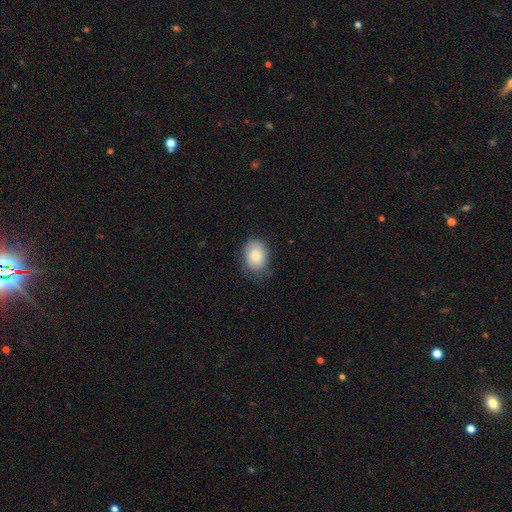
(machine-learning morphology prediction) The model was most divided on "how rounded": in between: 68%, round: 31%, cigar-shaped: 1%. More confident: smooth or featured — smooth (76%); merging — none (65%).